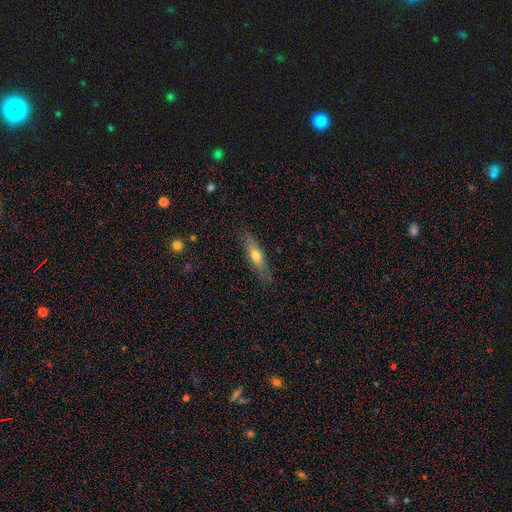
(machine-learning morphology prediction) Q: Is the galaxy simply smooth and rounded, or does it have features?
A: smooth — 62%.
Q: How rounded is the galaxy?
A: cigar-shaped — 60%.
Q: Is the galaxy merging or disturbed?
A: none — 80%.